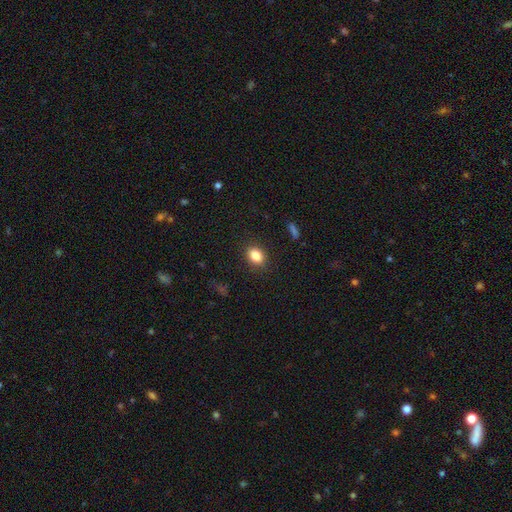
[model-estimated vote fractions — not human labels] The model was most divided on "how rounded": in between: 71%, round: 28%, cigar-shaped: 1%. More confident: merging — none (87%); smooth or featured — smooth (85%).